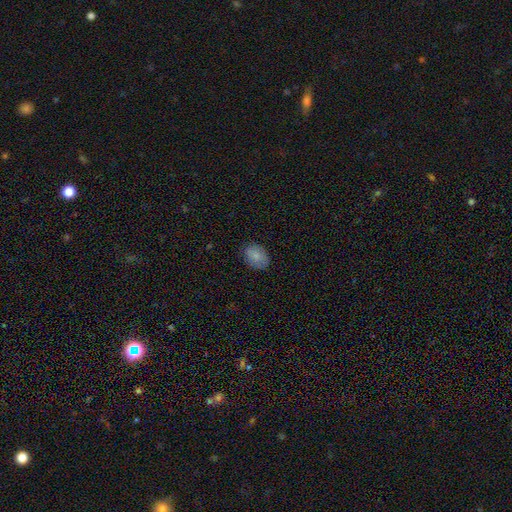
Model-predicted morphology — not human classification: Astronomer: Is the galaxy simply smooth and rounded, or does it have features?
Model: smooth — 84%.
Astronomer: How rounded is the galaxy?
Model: in between — 78%.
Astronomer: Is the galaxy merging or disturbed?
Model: none — 82%.